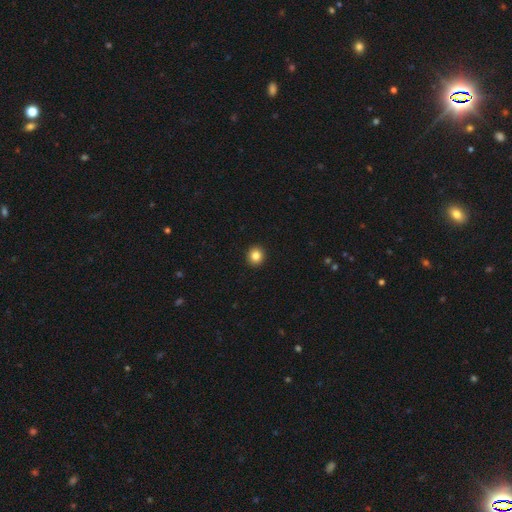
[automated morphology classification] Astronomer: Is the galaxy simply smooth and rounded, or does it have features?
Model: smooth — 85%.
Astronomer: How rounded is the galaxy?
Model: round — 91%.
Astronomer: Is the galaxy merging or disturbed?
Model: none — 94%.